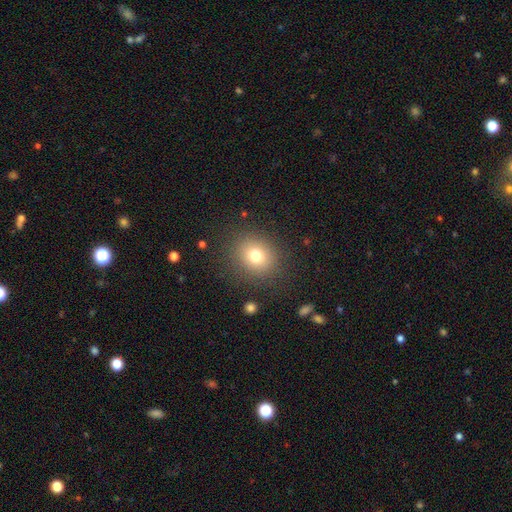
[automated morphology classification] Q: Smooth or featured?
A: smooth (76%); runner-up: star or artifact (13%)
Q: How rounded?
A: round (75%); runner-up: in between (24%)
Q: Merging?
A: none (85%); runner-up: minor disturbance (9%)